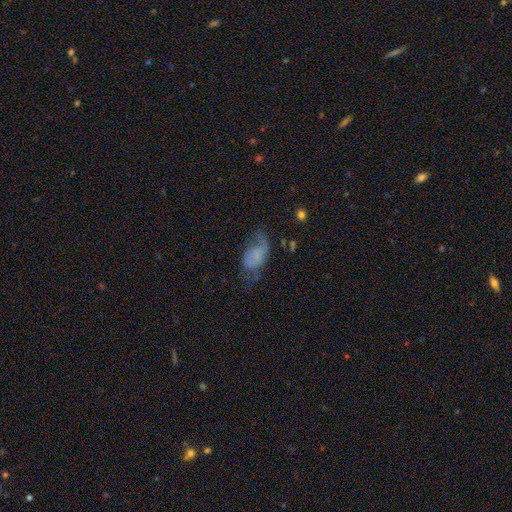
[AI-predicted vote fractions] A smooth galaxy with no disk features (52%) that is in between round and cigar-shaped (90%).

Vote fractions:
- Smooth or featured? smooth: 52% / featured or disk: 37% / star or artifact: 11%
- How rounded? in between: 90% / round: 6% / cigar-shaped: 3%
- Merging? none: 37% / major disturbance: 31% / minor disturbance: 29% / merger: 3%